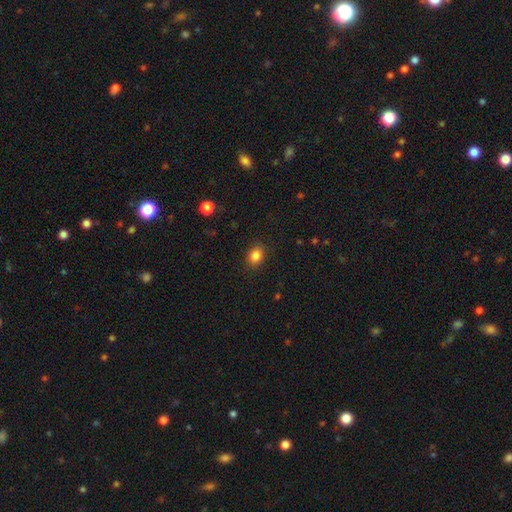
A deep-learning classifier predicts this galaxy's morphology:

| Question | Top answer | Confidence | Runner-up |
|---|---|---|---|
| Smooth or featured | smooth | 85% | star or artifact (10%) |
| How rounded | in between | 59% | round (40%) |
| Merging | none | 87% | minor disturbance (10%) |